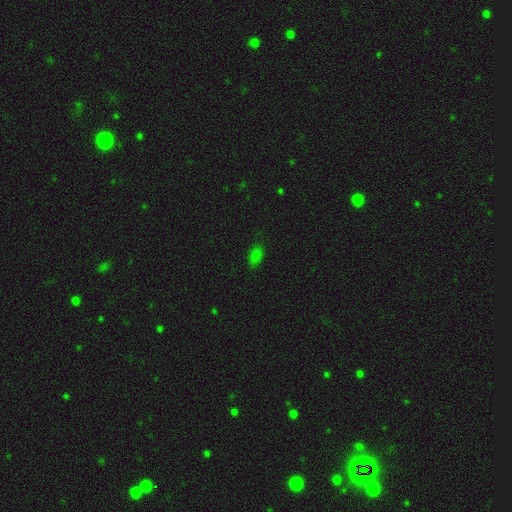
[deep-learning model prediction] The model was most divided on "smooth or featured": smooth: 79%, star or artifact: 16%, featured or disk: 5%. More confident: how rounded — in between (89%); merging — none (83%).